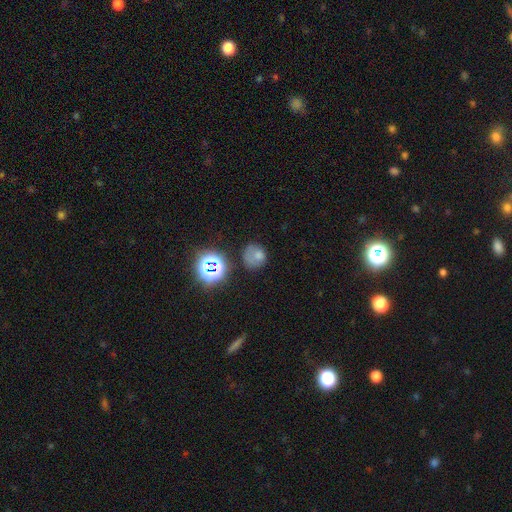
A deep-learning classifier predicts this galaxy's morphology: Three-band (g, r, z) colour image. It shows a smooth galaxy with no disk features (66%) that is round (77%). Merging: none (53%).